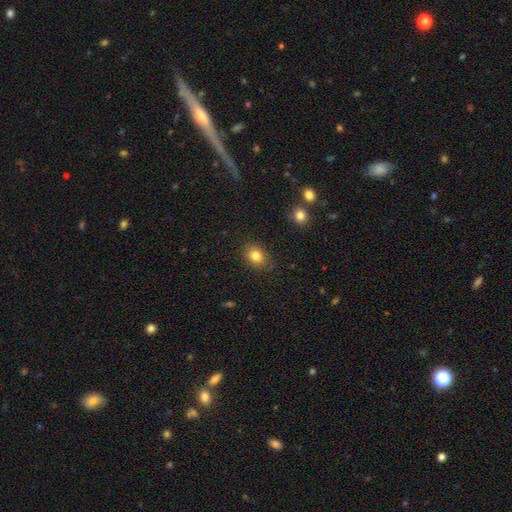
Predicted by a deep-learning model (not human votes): Morphology: type=smooth (83%); roundness=in between (56%); merging=none (84%).